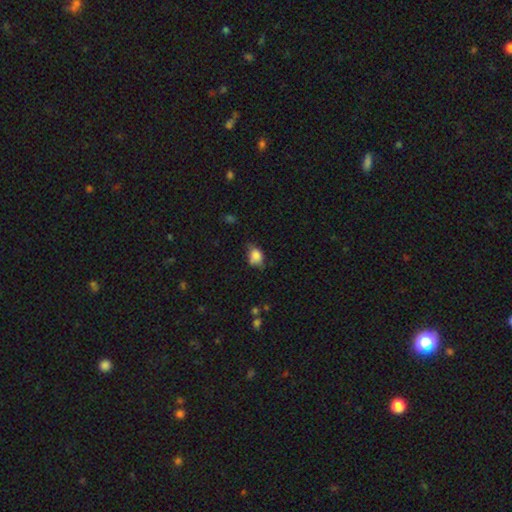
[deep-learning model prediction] Morphology: type=smooth (82%); roundness=in between (65%); merging=none (43%).